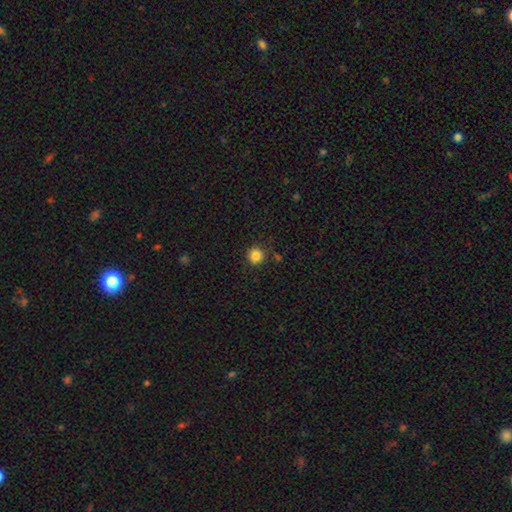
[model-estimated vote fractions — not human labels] Smooth or featured? Predicted: smooth (p=0.85). How rounded? Predicted: round (p=0.92). Merging? Predicted: none (p=0.85).